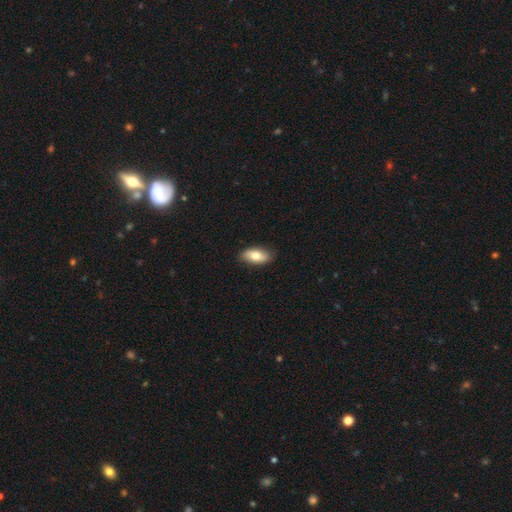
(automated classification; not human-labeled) Smooth or featured? Predicted: smooth (p=0.74). How rounded? Predicted: in between (p=0.89). Merging? Predicted: none (p=0.86).